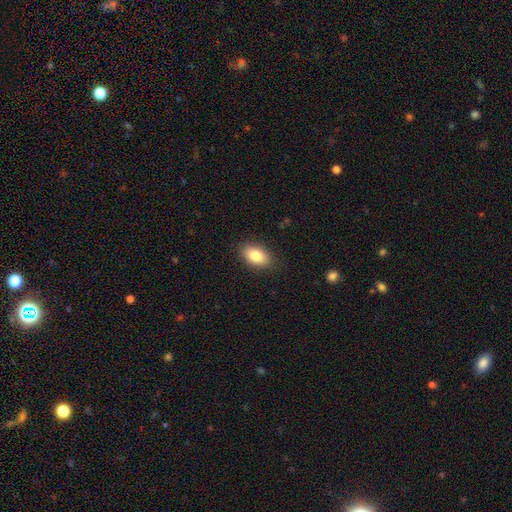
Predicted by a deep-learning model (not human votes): smooth_or_featured: smooth (p=0.84) [alt: featured or disk p=0.08]
how_rounded: in between (p=0.91) [alt: round p=0.07]
merging: none (p=0.87) [alt: minor disturbance p=0.09]